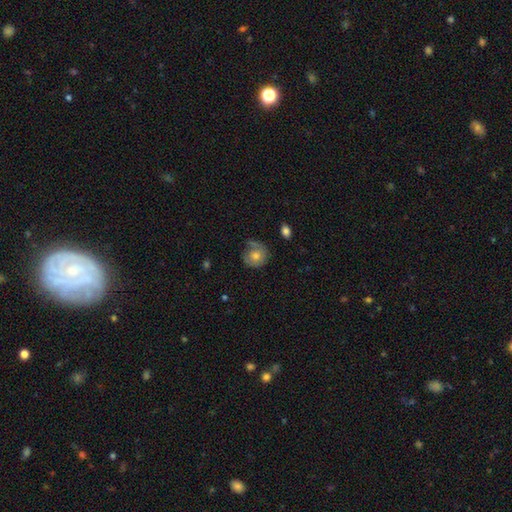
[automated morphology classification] Smooth or featured: smooth — 50% (featured or disk — 41%)
How rounded: round — 85% (in between — 14%)
Merging: none — 61% (minor disturbance — 24%)